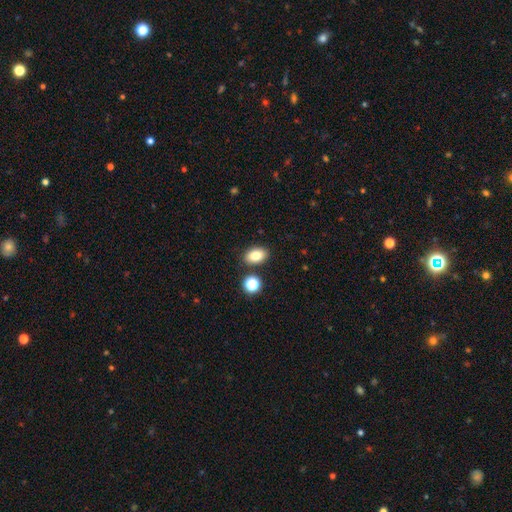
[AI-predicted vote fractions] This appears to be a smooth galaxy with no disk features (82%) that is in between round and cigar-shaped (85%). Merging: none (83%).